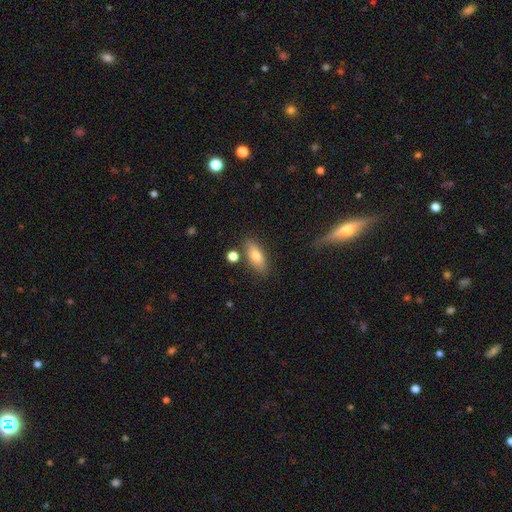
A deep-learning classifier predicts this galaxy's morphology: Smooth or featured? Predicted: smooth (p=0.69). How rounded? Predicted: in between (p=0.69). Merging? Predicted: none (p=0.79).